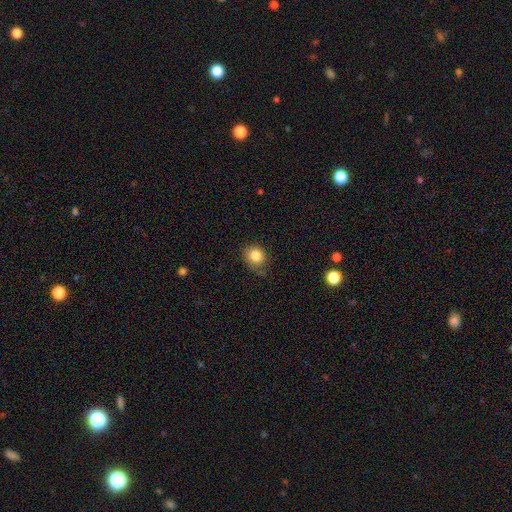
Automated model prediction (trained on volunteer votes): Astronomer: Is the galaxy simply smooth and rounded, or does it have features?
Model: smooth — 83%.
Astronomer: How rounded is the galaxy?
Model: round — 71%.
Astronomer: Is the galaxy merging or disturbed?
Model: none — 68%.